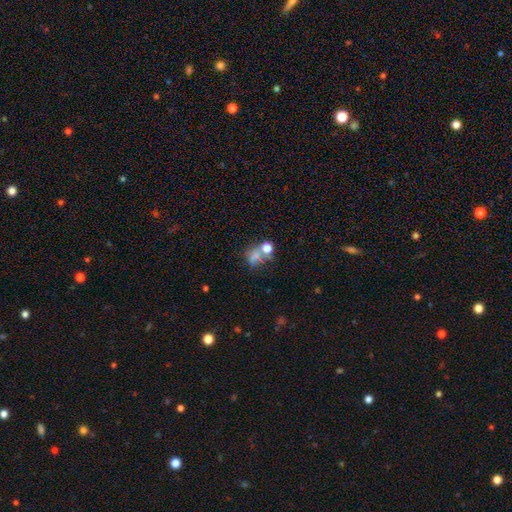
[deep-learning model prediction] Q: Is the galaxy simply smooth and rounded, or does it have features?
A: smooth — 60%.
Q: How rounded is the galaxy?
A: round — 58%.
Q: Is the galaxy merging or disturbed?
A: none — 40%.